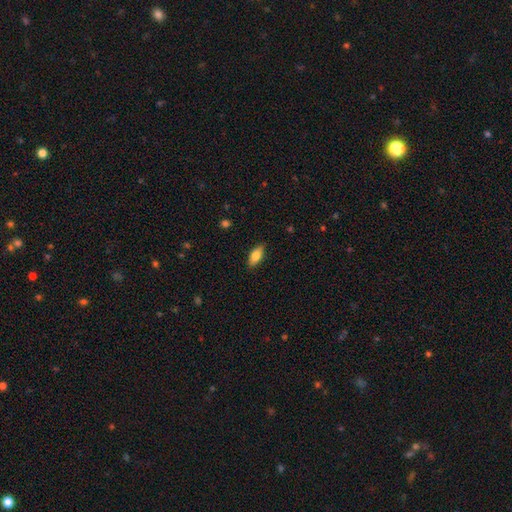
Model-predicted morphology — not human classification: smooth 76%, featured or disk 18%, star or artifact 7%. Down the decision tree: how rounded — in between (82%); merging — none (87%).